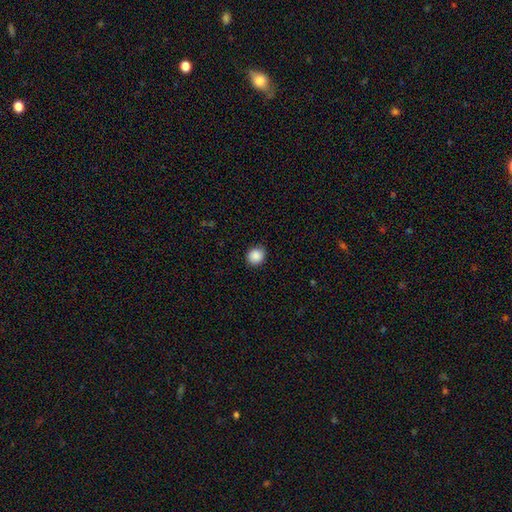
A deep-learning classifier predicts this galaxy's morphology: smooth_or_featured: smooth (p=0.89) [alt: star or artifact p=0.08]
how_rounded: round (p=0.80) [alt: in between p=0.19]
merging: none (p=0.87) [alt: minor disturbance p=0.10]